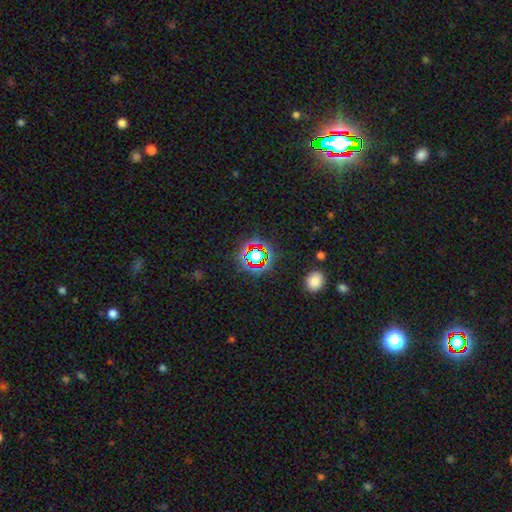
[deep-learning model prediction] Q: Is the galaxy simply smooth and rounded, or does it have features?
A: star or artifact — 68%.